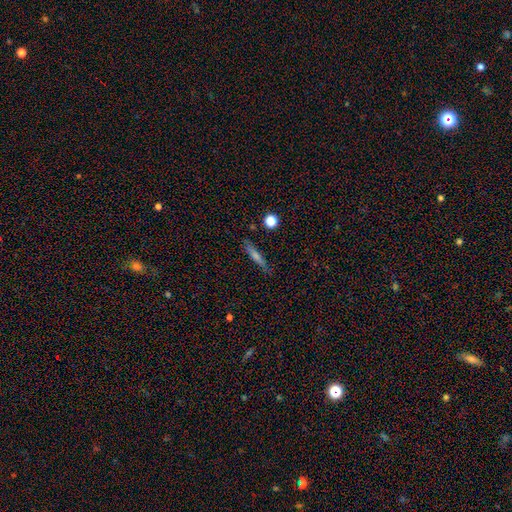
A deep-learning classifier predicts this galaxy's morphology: This appears to be a featured or disk galaxy (46%). Merging: none (85%).